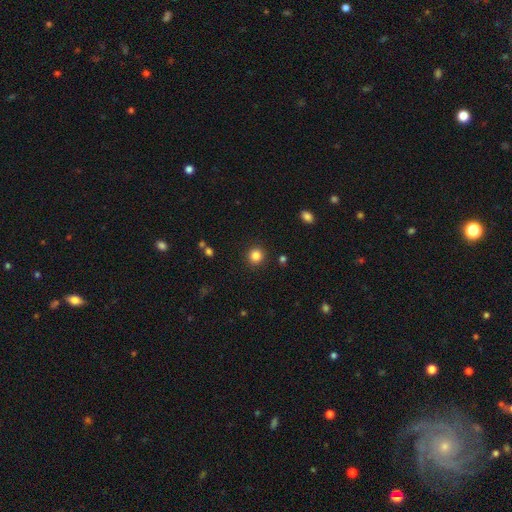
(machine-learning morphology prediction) type=smooth (84%); roundness=round (93%); merging=none (91%).